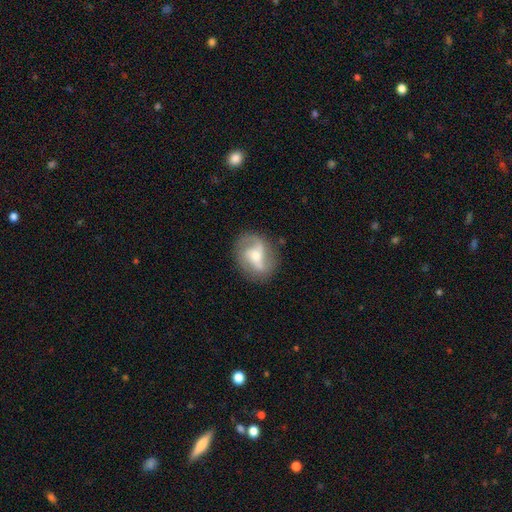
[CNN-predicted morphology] featured or disk 72%, smooth 21%, star or artifact 7%. Down the decision tree: edge-on disk — no (96%); bar — weak (41%); spiral arms — yes (89%); spiral arm count — 2 (73%); spiral winding — loose (49%); bulge size — moderate (51%); merging — none (74%).